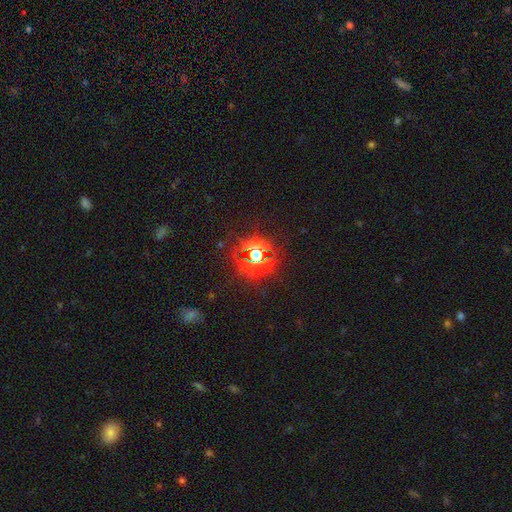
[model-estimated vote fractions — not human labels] Morphology: type=star or artifact (75%).